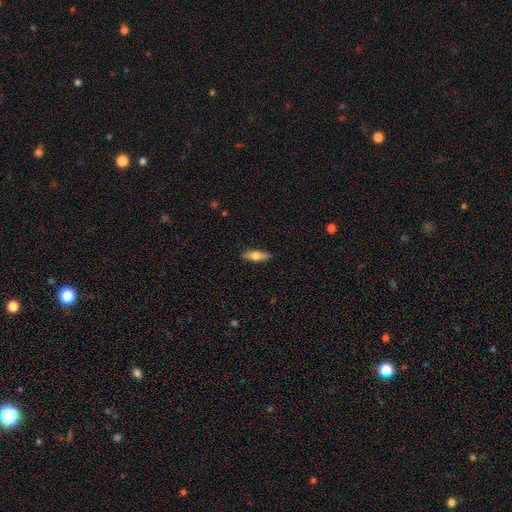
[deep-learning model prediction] This is possibly a smooth galaxy (55%). How rounded: possibly cigar-shaped (50%). Merging: clearly none (89%).